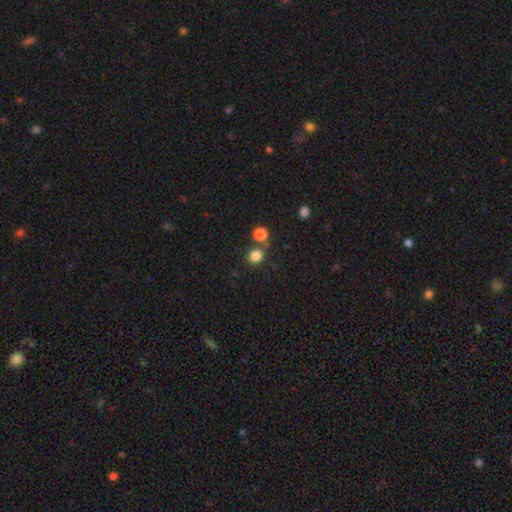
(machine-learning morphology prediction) type=smooth (82%); roundness=round (80%); merging=none (70%).